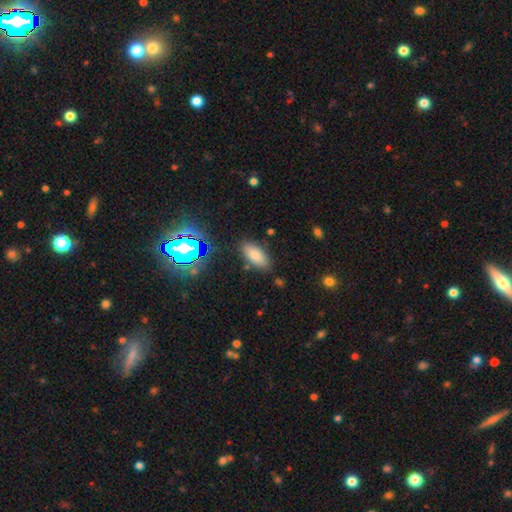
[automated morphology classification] This appears to be a smooth galaxy with no disk features (80%) that is in between round and cigar-shaped (88%). Merging: none (83%).